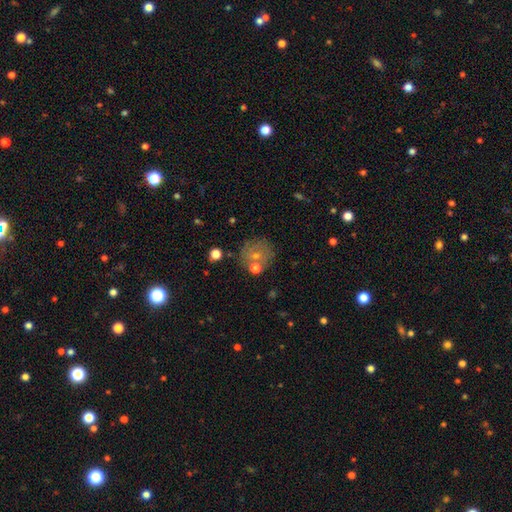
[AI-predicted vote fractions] A smooth galaxy with no disk features (53%) that is round (90%).

Vote fractions:
- Smooth or featured? smooth: 53% / star or artifact: 24% / featured or disk: 23%
- How rounded? round: 90% / in between: 9% / cigar-shaped: 1%
- Merging? none: 75% / minor disturbance: 12% / merger: 7% / major disturbance: 5%